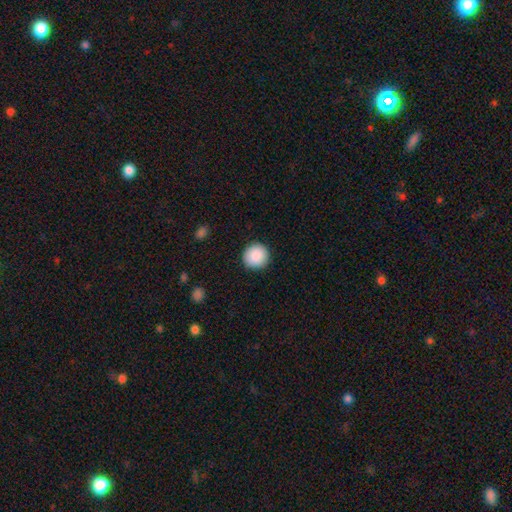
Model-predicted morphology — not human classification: Smooth or featured? smooth (90%)
How rounded? round (95%)
Merging? none (92%)